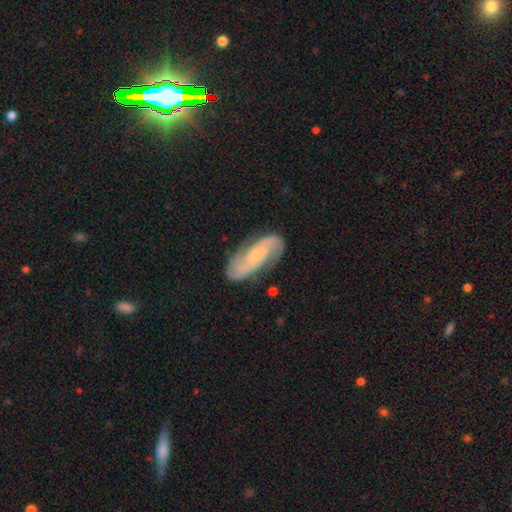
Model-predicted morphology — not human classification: featured or disk 81%, smooth 13%, star or artifact 6%. Down the decision tree: edge-on disk — no (94%); bar — no (59%); spiral arms — yes (96%); spiral arm count — 2 (78%); spiral winding — medium (43%); bulge size — small (71%); merging — none (80%).